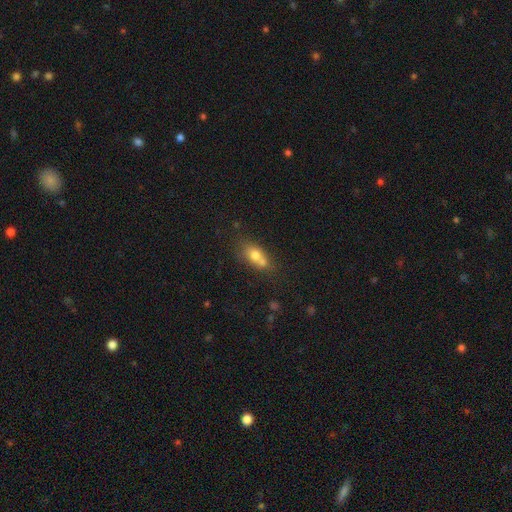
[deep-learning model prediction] A smooth galaxy with no disk features (68%) that is in between round and cigar-shaped (62%).

Vote fractions:
- Smooth or featured? smooth: 68% / featured or disk: 20% / star or artifact: 12%
- How rounded? in between: 62% / round: 33% / cigar-shaped: 6%
- Merging? merger: 49% / none: 36% / minor disturbance: 11% / major disturbance: 4%